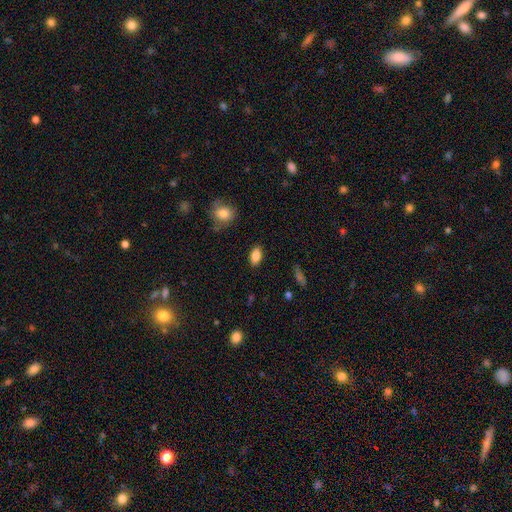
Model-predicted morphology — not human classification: smooth-or-featured: smooth: 86% | star or artifact: 8% | featured or disk: 6%
  how-rounded: in between: 91% | round: 5% | cigar-shaped: 4%
  merging: none: 87% | minor disturbance: 10% | major disturbance: 2% | merger: 1%